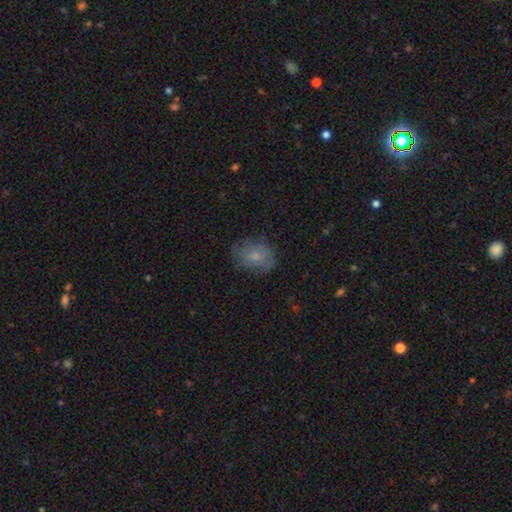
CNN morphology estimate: A smooth galaxy with no disk features (72%) that is in between round and cigar-shaped (60%).

Vote fractions:
- Smooth or featured? smooth: 72% / featured or disk: 20% / star or artifact: 9%
- How rounded? in between: 60% / round: 39% / cigar-shaped: 1%
- Merging? none: 72% / minor disturbance: 20% / major disturbance: 7% / merger: 1%